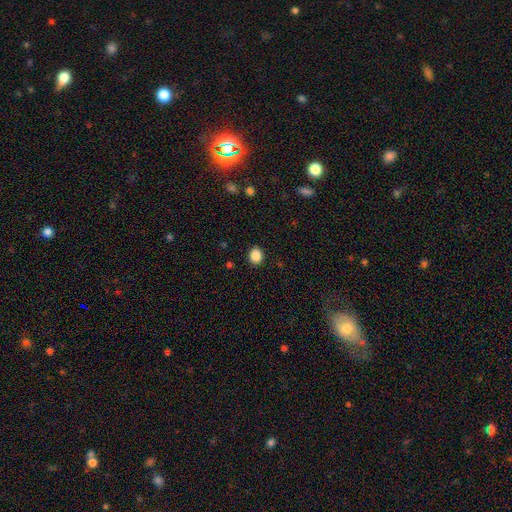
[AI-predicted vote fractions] Overall: smooth (87%). How rounded: round (71%). Merging: none (90%).